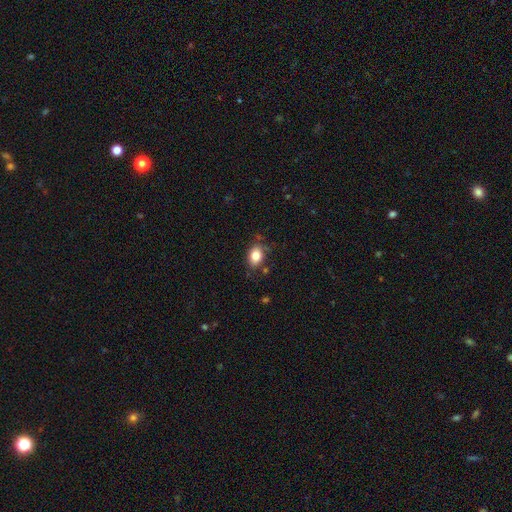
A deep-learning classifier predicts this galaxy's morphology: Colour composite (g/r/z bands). It shows a smooth galaxy with no disk features (83%) that is in between round and cigar-shaped (76%). Merging: none (77%).